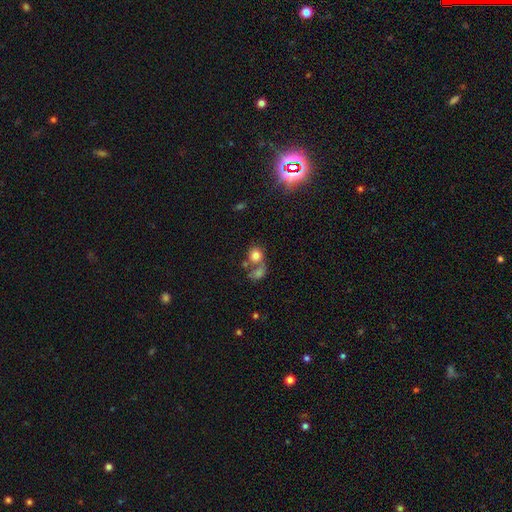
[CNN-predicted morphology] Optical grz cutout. It shows a smooth galaxy with no disk features (76%) that is round (76%). Merging: merger (49%).